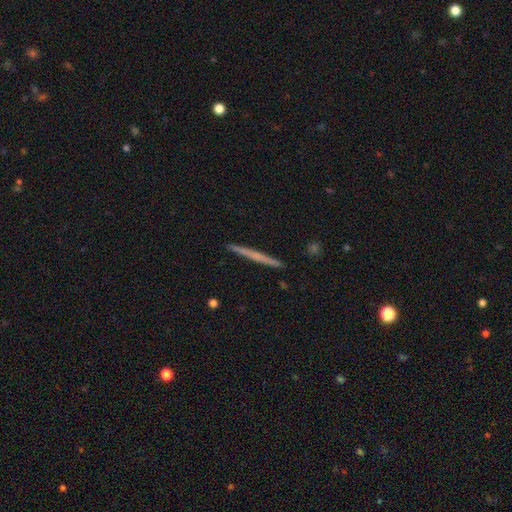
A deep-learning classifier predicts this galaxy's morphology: type=featured or disk (48%); merging=none (93%).